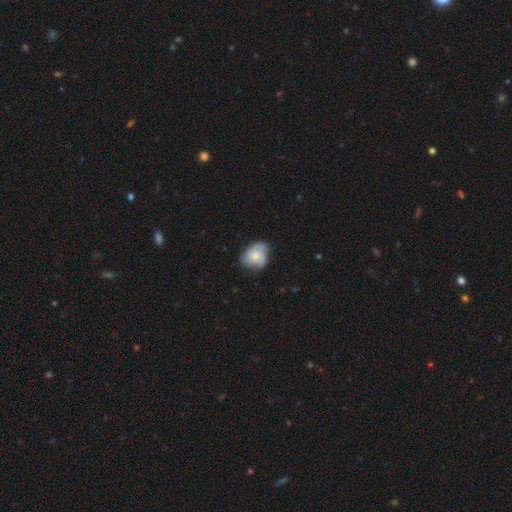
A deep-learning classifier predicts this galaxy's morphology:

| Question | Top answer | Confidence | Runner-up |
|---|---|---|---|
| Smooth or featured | smooth | 51% | featured or disk (42%) |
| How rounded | in between | 53% | round (46%) |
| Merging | none | 53% | minor disturbance (33%) |